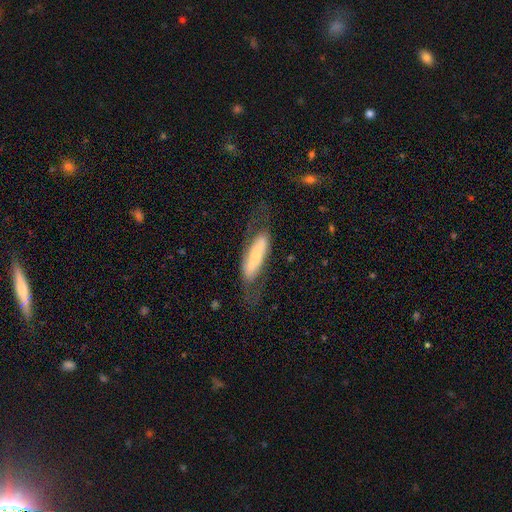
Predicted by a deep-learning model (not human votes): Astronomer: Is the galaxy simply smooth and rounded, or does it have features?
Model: featured or disk — 54% (runner-up: smooth, 39%).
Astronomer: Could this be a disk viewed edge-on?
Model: no — 68%.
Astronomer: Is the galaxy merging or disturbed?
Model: none — 59%.